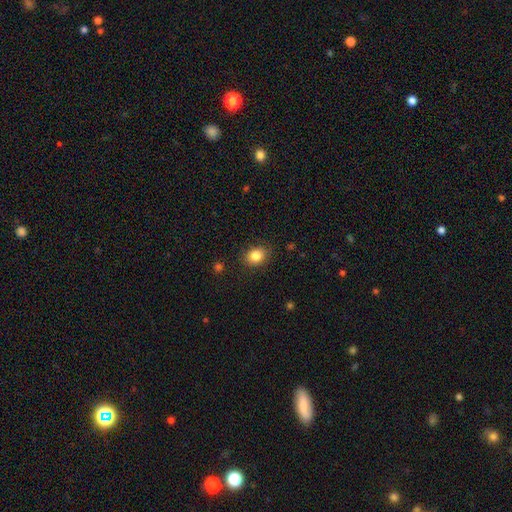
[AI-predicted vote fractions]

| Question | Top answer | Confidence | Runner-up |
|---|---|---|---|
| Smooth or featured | smooth | 85% | star or artifact (10%) |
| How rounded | round | 50% | in between (49%) |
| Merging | none | 85% | minor disturbance (11%) |